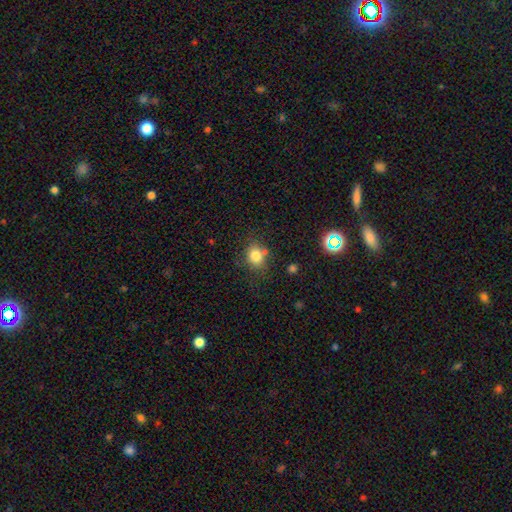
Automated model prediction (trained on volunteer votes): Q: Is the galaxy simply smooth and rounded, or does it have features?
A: smooth — 79%.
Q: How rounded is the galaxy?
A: round — 64%.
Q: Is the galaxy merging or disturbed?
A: none — 70%.